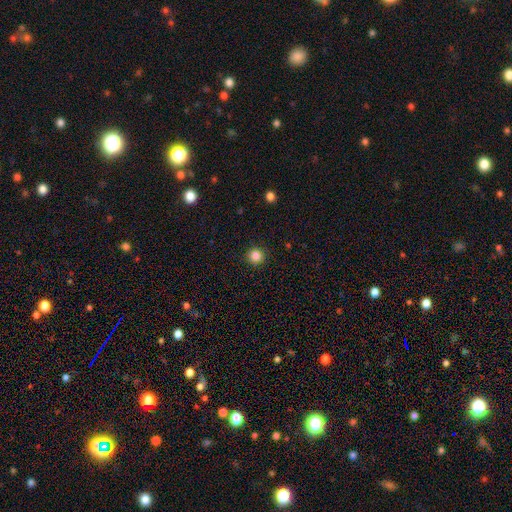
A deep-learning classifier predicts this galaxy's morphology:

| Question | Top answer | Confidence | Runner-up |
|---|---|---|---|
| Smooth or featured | smooth | 85% | star or artifact (11%) |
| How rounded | round | 95% | in between (4%) |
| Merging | none | 92% | minor disturbance (5%) |